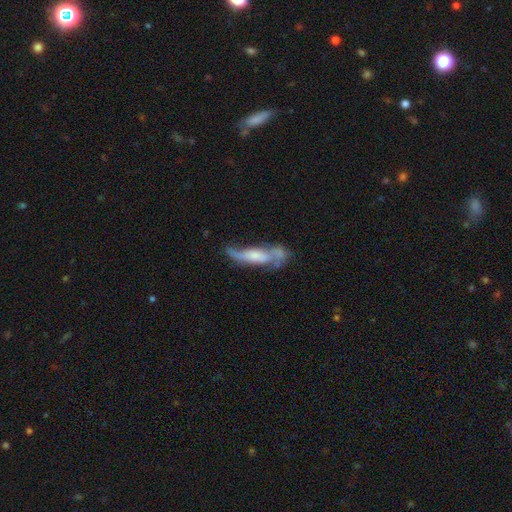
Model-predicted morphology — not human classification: Overall: featured or disk (59%; smooth 34%). Edge-on disk: no (61%; yes 39%). Merging: none (36%; minor disturbance 25%).